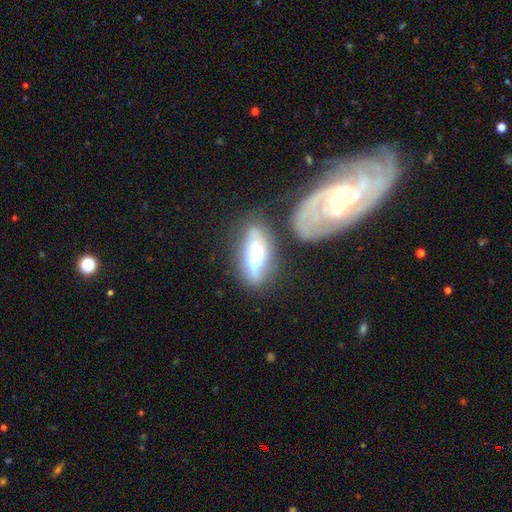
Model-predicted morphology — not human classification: Q: Smooth or featured?
A: featured or disk (54%); runner-up: smooth (37%)
Q: Edge-on disk?
A: no (74%); runner-up: yes (26%)
Q: Merging?
A: none (41%); runner-up: merger (21%)